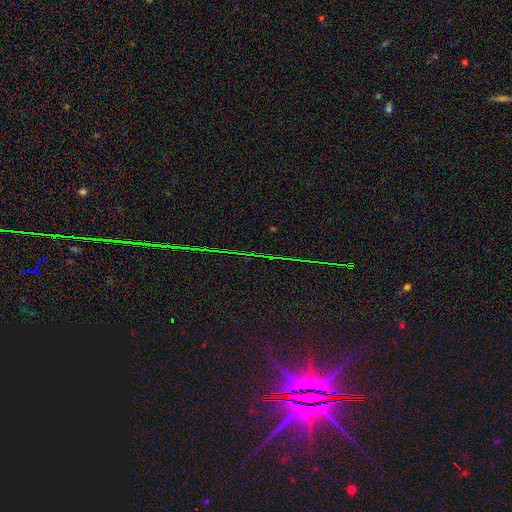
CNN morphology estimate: type=star or artifact (86%).